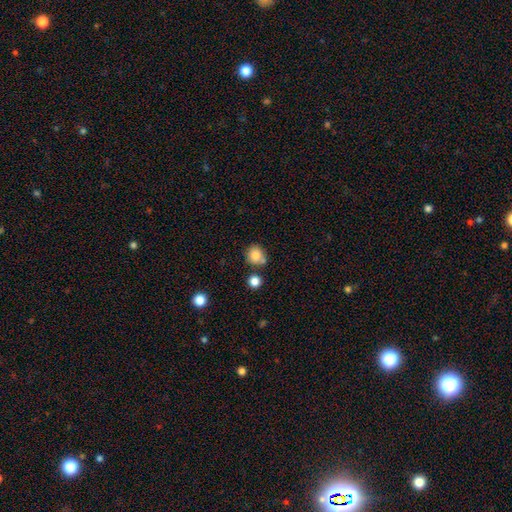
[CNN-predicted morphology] Smooth or featured? Predicted: smooth (p=0.83). How rounded? Predicted: round (p=0.88). Merging? Predicted: none (p=0.68).